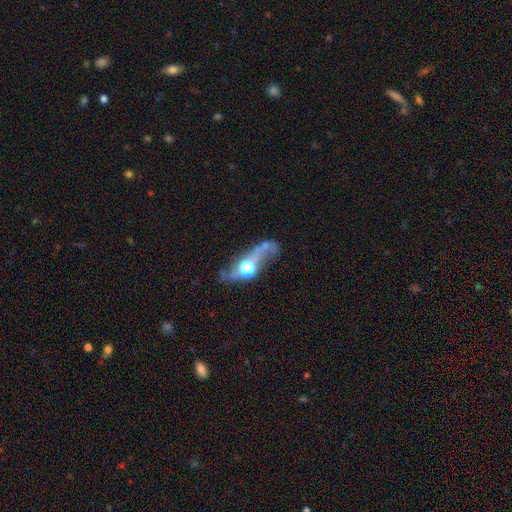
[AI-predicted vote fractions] Overall: featured or disk (64%). Edge-on disk: no (70%; yes 30%). Merging: none (37%; major disturbance 33%).